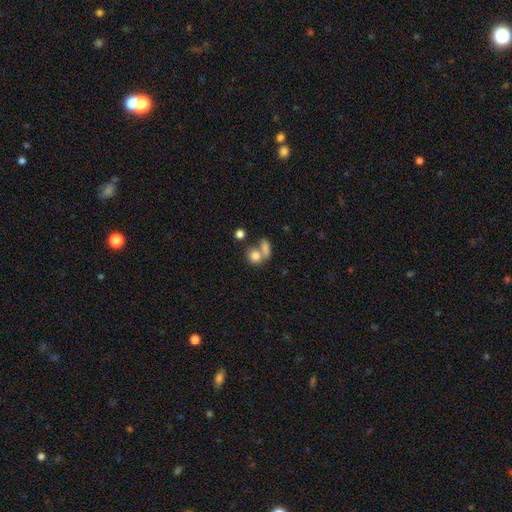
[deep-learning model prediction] A smooth galaxy with no disk features (80%) that is round (61%).

Vote fractions:
- Smooth or featured? smooth: 80% / featured or disk: 10% / star or artifact: 10%
- How rounded? round: 61% / in between: 36% / cigar-shaped: 3%
- Merging? merger: 43% (tied) / none: 43% (tied) / minor disturbance: 9% / major disturbance: 5%